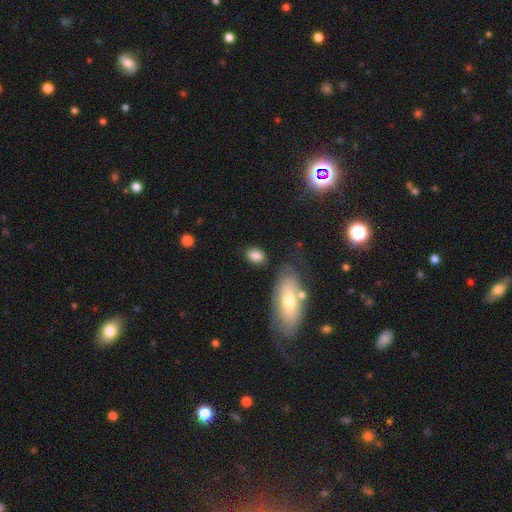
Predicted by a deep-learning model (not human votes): smooth_or_featured: smooth (p=0.84) [alt: featured or disk p=0.08]
how_rounded: in between (p=0.84) [alt: round p=0.14]
merging: none (p=0.77) [alt: minor disturbance p=0.13]